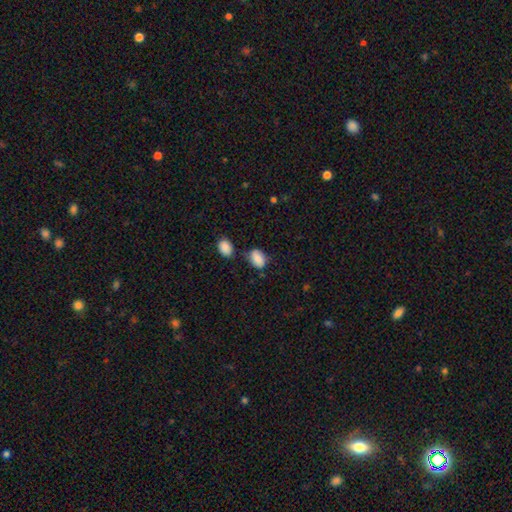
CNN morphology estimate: The model was most divided on "merging": none: 58%, minor disturbance: 23%, merger: 13%, major disturbance: 6%. More confident: smooth or featured — smooth (81%); how rounded — in between (79%).